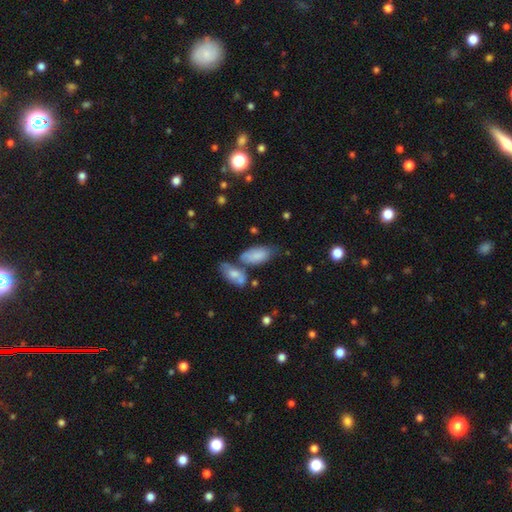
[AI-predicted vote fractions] Smooth or featured? Predicted: smooth (p=0.78). How rounded? Predicted: in between (p=0.91). Merging? Predicted: none (p=0.46).